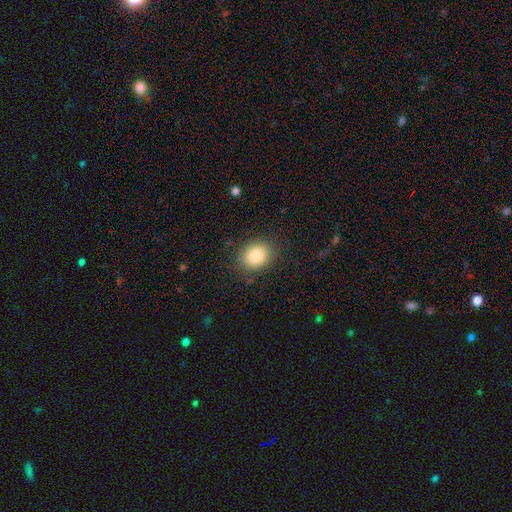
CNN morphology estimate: A smooth galaxy with no disk features (85%) that is round (57%). Merging: none (85%).